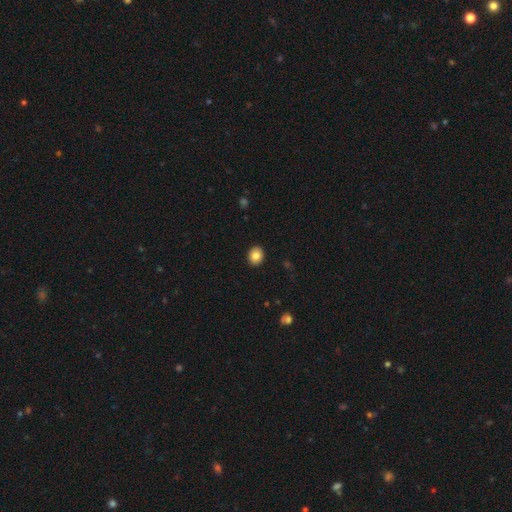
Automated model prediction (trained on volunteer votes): The model was most divided on "how rounded": round: 65%, in between: 34%, cigar-shaped: 1%. More confident: merging — none (91%); smooth or featured — smooth (85%).